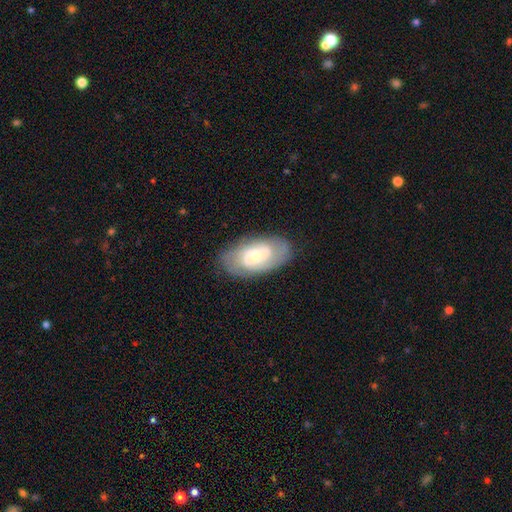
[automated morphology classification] This is likely a featured or disk galaxy (66%). It is clearly not viewed edge-on (94%). Bar: likely no (61%). Spiral arm pattern: clearly yes (84%). Spiral arm count: possibly 2 (48%). Spiral winding: possibly tight (51%). Central bulge: possibly small (57%). Merging: likely none (78%).